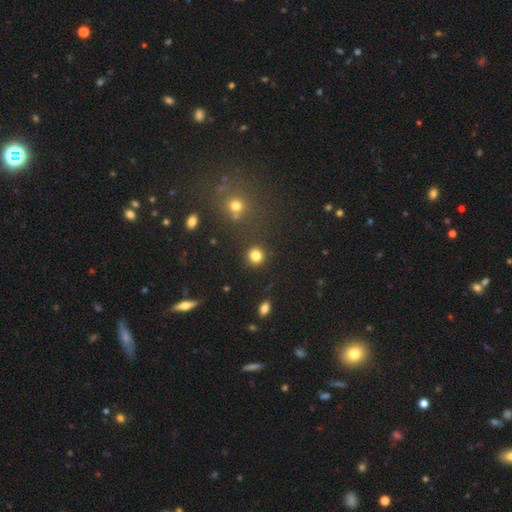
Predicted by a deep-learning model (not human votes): The model was most divided on "smooth or featured": smooth: 82%, star or artifact: 13%, featured or disk: 5%. More confident: how rounded — round (91%); merging — none (89%).